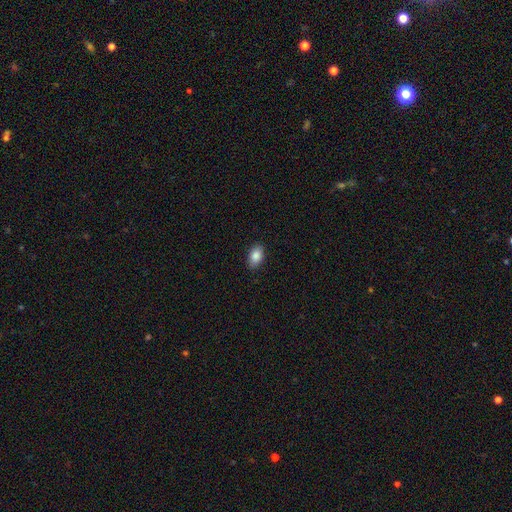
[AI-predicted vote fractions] Morphology: type=smooth (86%); roundness=in between (90%); merging=none (88%).